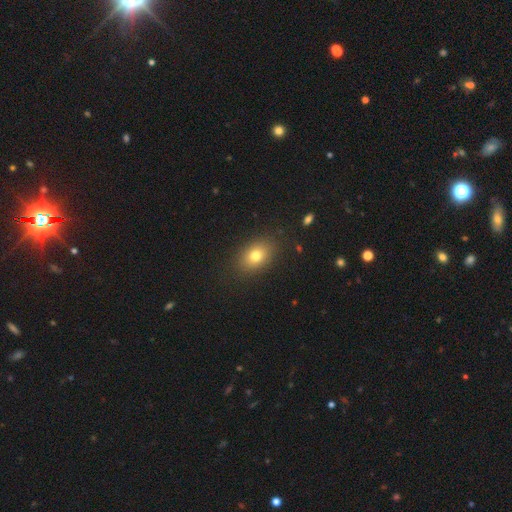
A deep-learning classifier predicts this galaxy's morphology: smooth 78%, featured or disk 12%, star or artifact 11%. Down the decision tree: how rounded — in between (76%); merging — none (86%).